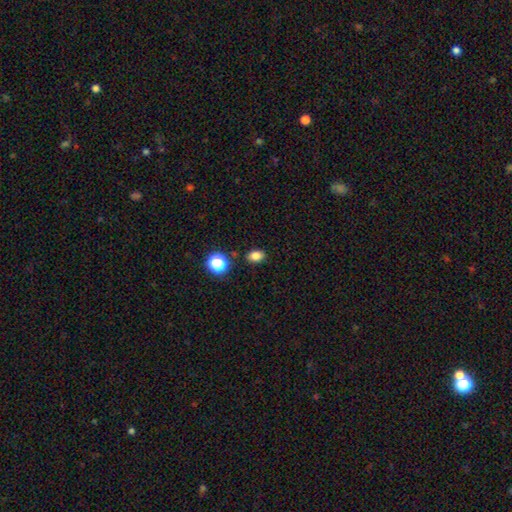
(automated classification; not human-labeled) Smooth or featured: smooth — 82% (star or artifact — 13%)
How rounded: in between — 72% (round — 26%)
Merging: none — 85% (minor disturbance — 9%)